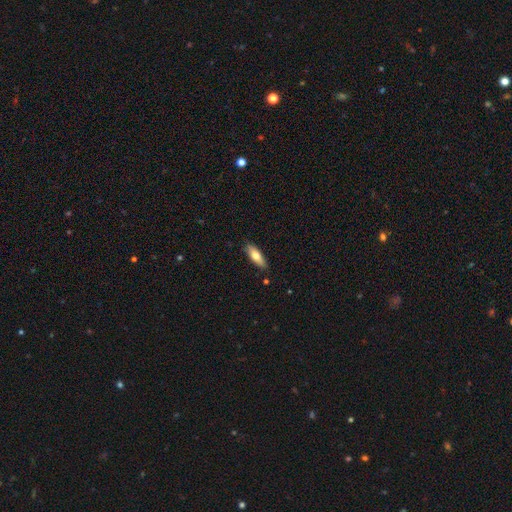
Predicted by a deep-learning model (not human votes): smooth-or-featured: smooth: 69% | featured or disk: 25% | star or artifact: 6%
  how-rounded: in between: 55% | cigar-shaped: 43% | round: 2%
  merging: none: 85% | minor disturbance: 11% | major disturbance: 2% | merger: 1%